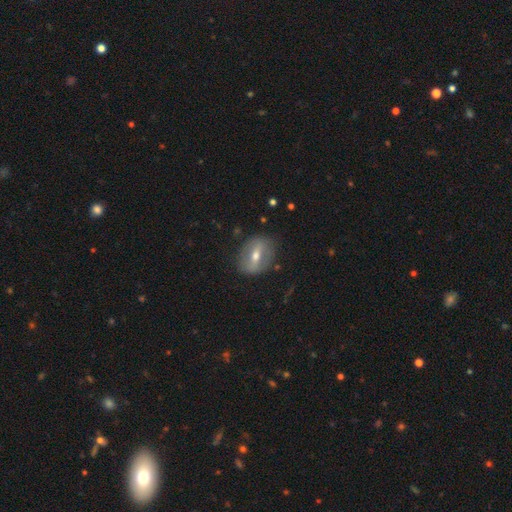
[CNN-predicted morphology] Q: Smooth or featured?
A: featured or disk (59%); runner-up: smooth (33%)
Q: Edge-on disk?
A: no (81%); runner-up: yes (19%)
Q: Merging?
A: none (81%); runner-up: minor disturbance (14%)